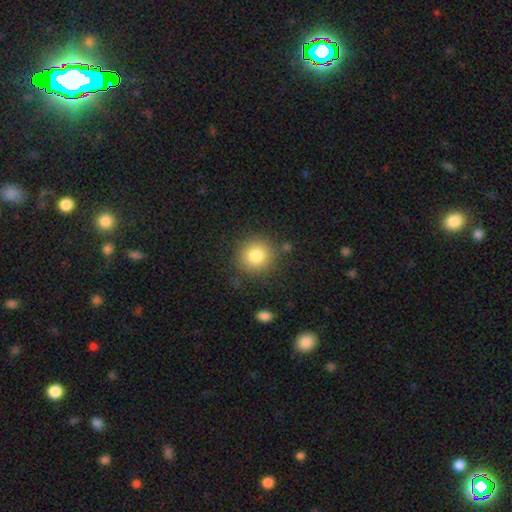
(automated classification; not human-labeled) Q: Smooth or featured?
A: smooth (82%); runner-up: star or artifact (10%)
Q: How rounded?
A: round (92%); runner-up: in between (7%)
Q: Merging?
A: none (85%); runner-up: minor disturbance (9%)